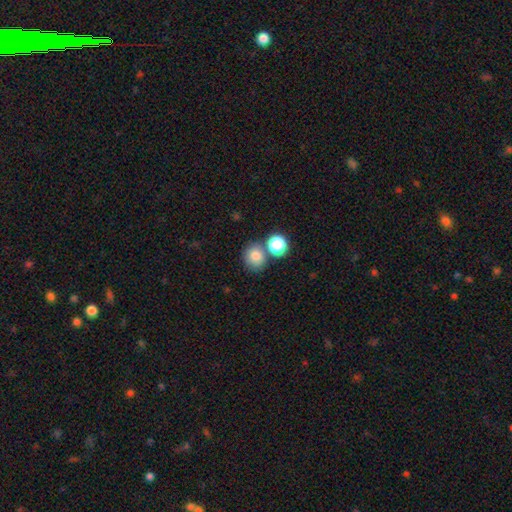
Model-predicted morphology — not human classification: This is clearly a smooth galaxy (81%). How rounded: likely round (77%). Merging: likely none (63%).